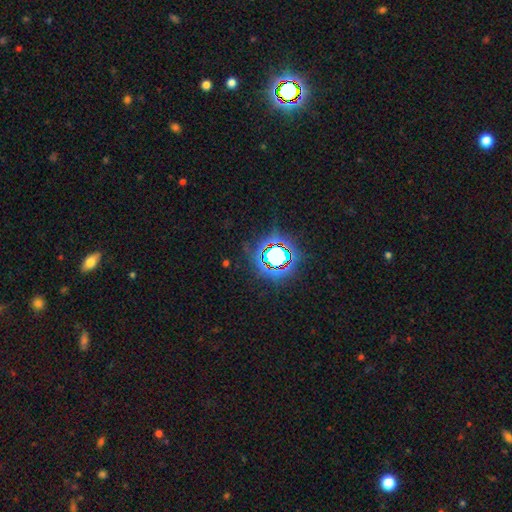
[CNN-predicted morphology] Smooth or featured: star or artifact — 82% (smooth — 11%)